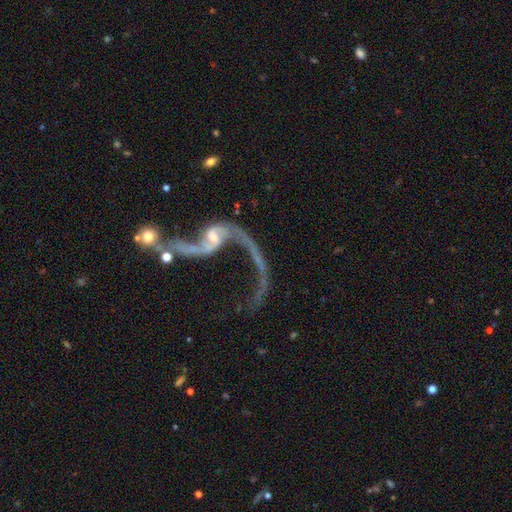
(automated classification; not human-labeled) featured or disk 88%, star or artifact 7%, smooth 5%. Down the decision tree: edge-on disk — no (94%); bar — no (48%); spiral arms — yes (92%); spiral arm count — 2 (87%); spiral winding — loose (92%); bulge size — small (59%); merging — none (37%).